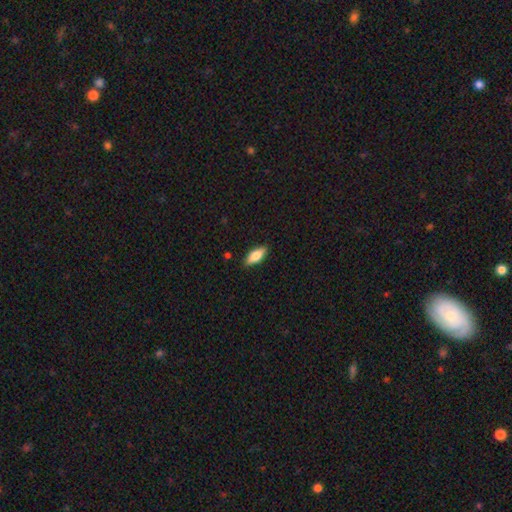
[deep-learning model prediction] smooth_or_featured: smooth (p=0.74) [alt: featured or disk p=0.20]
how_rounded: in between (p=0.75) [alt: cigar-shaped p=0.23]
merging: none (p=0.88) [alt: minor disturbance p=0.09]